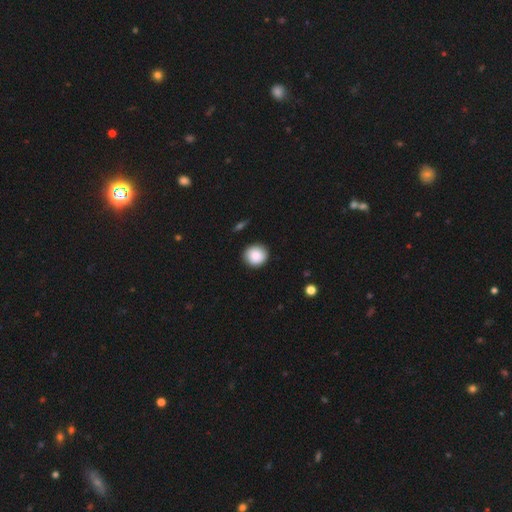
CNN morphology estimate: smooth 88%, star or artifact 7%, featured or disk 5%. Down the decision tree: how rounded — round (88%); merging — none (89%).